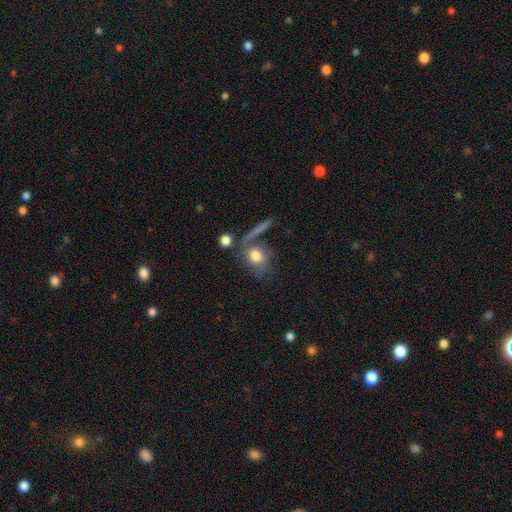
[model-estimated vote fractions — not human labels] smooth 58%, featured or disk 32%, star or artifact 10%. Down the decision tree: how rounded — round (61%); merging — none (44%).